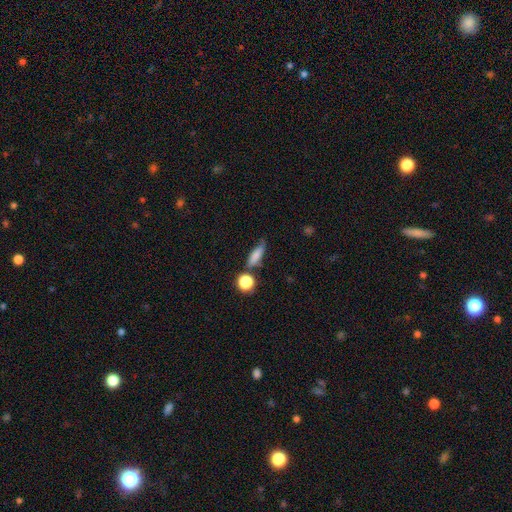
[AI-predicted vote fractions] smooth 77%, featured or disk 14%, star or artifact 10%. Down the decision tree: how rounded — cigar-shaped (46%); merging — none (57%).